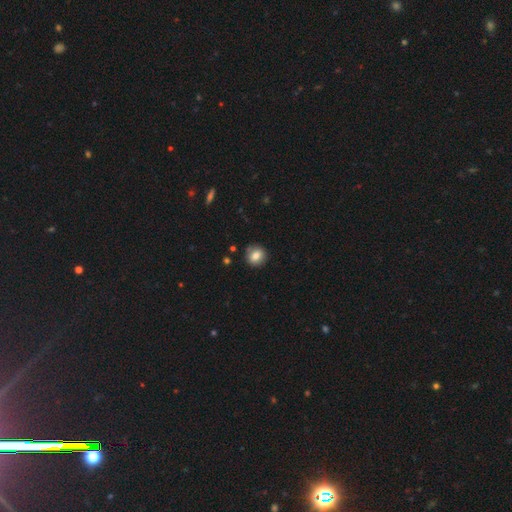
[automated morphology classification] Smooth or featured? Predicted: smooth (p=0.80). How rounded? Predicted: round (p=0.82). Merging? Predicted: none (p=0.84).